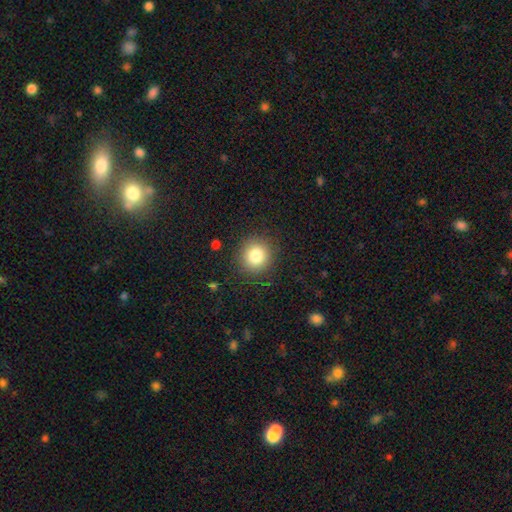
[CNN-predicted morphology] smooth 82%, star or artifact 11%, featured or disk 7%. Down the decision tree: how rounded — round (91%); merging — none (89%).